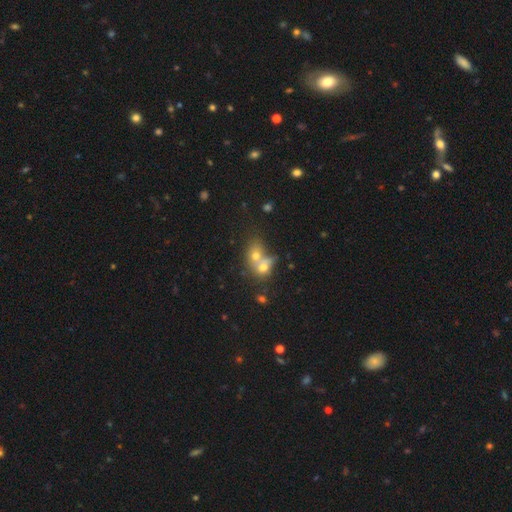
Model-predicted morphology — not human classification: smooth_or_featured: smooth (p=0.66) [alt: featured or disk p=0.22]
how_rounded: in between (p=0.53) [alt: round p=0.45]
merging: merger (p=0.68) [alt: none p=0.21]